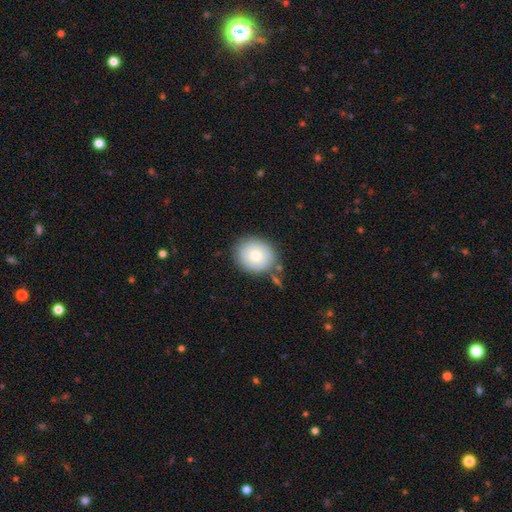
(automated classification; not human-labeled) Smooth or featured?
  - smooth: 76% *
  - featured or disk: 16%
  - star or artifact: 8%
How rounded?
  - round: 70% *
  - in between: 29%
  - cigar-shaped: 1%
Merging?
  - none: 77% *
  - minor disturbance: 13%
  - merger: 6%
  - major disturbance: 4%